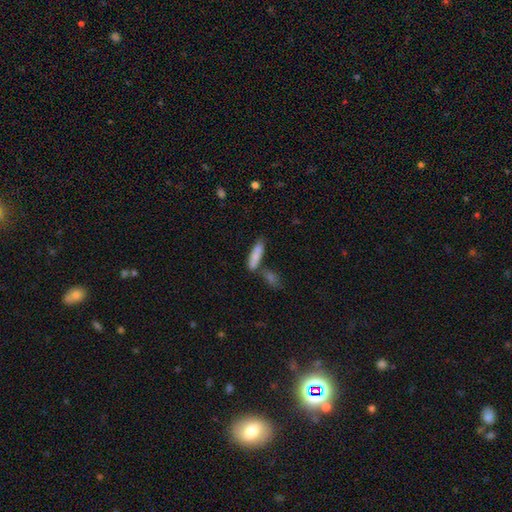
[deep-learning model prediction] The model was most divided on "how rounded": cigar-shaped: 65%, in between: 33%, round: 2%. More confident: smooth or featured — smooth (80%); merging — none (57%).